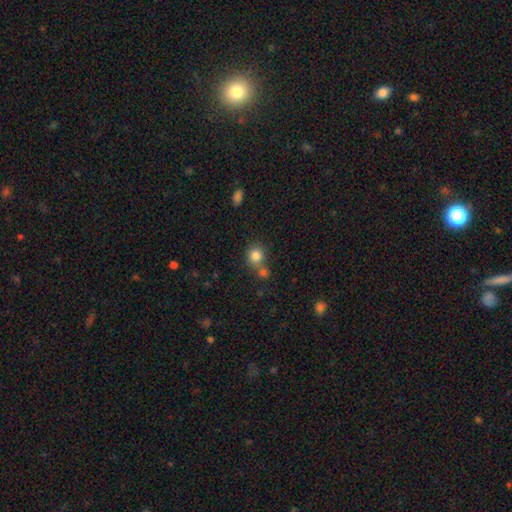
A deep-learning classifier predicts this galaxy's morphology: The model was most divided on "merging": none: 55%, merger: 31%, minor disturbance: 10%, major disturbance: 4%. More confident: how rounded — round (85%); smooth or featured — smooth (82%).